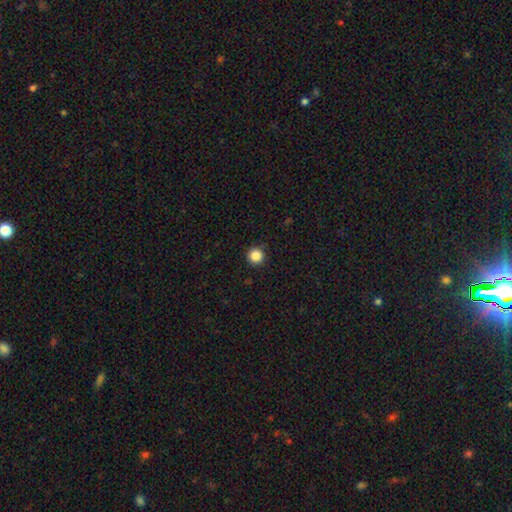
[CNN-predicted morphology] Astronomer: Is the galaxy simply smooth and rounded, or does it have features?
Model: smooth — 86%.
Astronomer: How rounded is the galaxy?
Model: round — 96%.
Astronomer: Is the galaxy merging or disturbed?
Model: none — 91%.